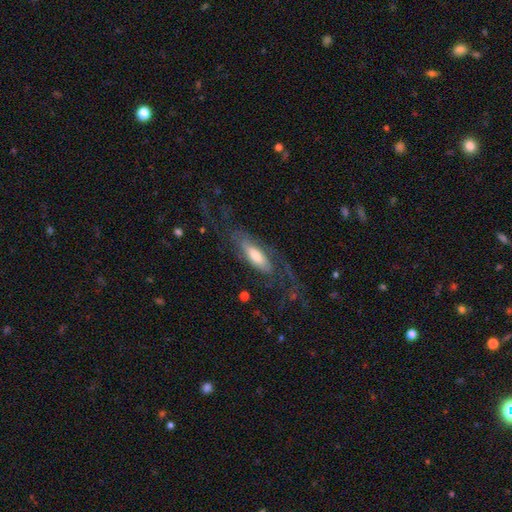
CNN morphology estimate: Smooth or featured?
  - featured or disk: 71% *
  - smooth: 22%
  - star or artifact: 6%
Edge-on disk?
  - no: 79% *
  - yes: 21%
Bar?
  - no: 53% *
  - weak: 33%
  - strong: 14%
Spiral arms?
  - yes: 89% *
  - no: 11%
Spiral winding?
  - loose: 43% *
  - medium: 40%
  - tight: 17%
Spiral arm count?
  - 2: 61% *
  - can't tell: 18%
  - 1: 8%
  - 3: 7%
  - 4: 3%
  - more than 4: 3%
Bulge size?
  - moderate: 43% *
  - large: 30%
  - small: 17%
  - dominant: 5%
  - none: 4%
Merging?
  - none: 56% *
  - major disturbance: 26%
  - minor disturbance: 16%
  - merger: 2%